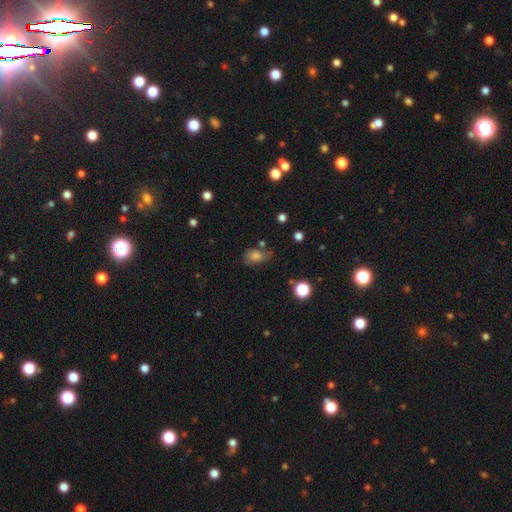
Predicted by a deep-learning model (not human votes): A smooth galaxy with no disk features (78%) that is in between round and cigar-shaped (74%).

Vote fractions:
- Smooth or featured? smooth: 78% / star or artifact: 13% / featured or disk: 9%
- How rounded? in between: 74% / round: 24% / cigar-shaped: 2%
- Merging? none: 58% / minor disturbance: 26% / major disturbance: 8% / merger: 7%